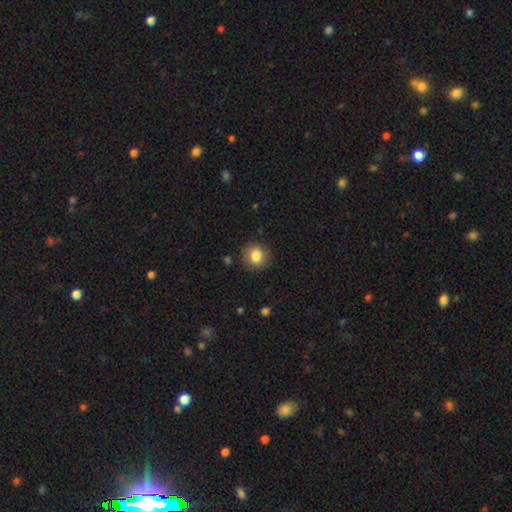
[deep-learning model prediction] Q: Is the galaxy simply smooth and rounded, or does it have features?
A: smooth — 83%.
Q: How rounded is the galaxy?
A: round — 78%.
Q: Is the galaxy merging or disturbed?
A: none — 87%.